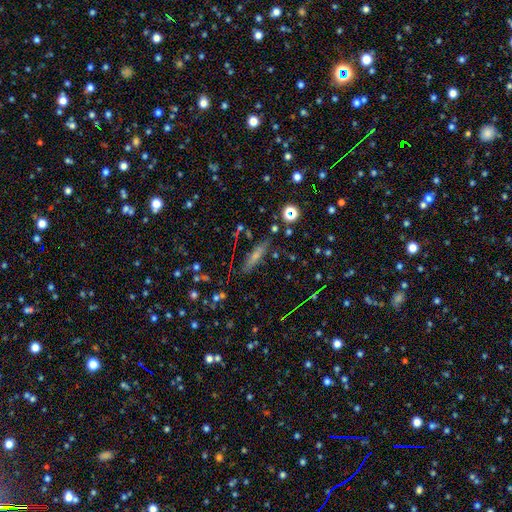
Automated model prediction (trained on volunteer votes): The model was most divided on "smooth or featured": smooth: 61%, featured or disk: 25%, star or artifact: 14%. More confident: merging — none (78%); how rounded — cigar-shaped (69%).